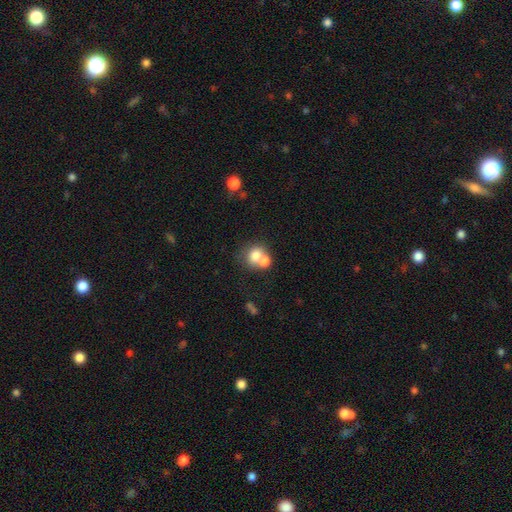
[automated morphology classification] Smooth or featured? Predicted: smooth (p=0.73). How rounded? Predicted: round (p=0.66). Merging? Predicted: merger (p=0.57).